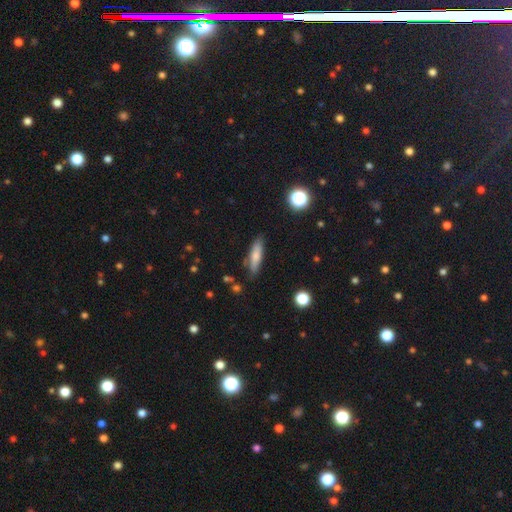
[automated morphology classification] This appears to be a smooth galaxy with no disk features (73%) that is cigar-shaped (65%). Merging: none (80%).